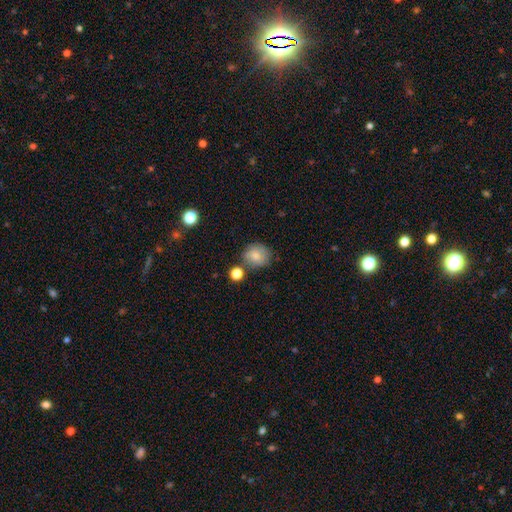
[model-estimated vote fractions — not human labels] smooth_or_featured: smooth (p=0.80) [alt: featured or disk p=0.11]
how_rounded: round (p=0.79) [alt: in between p=0.20]
merging: none (p=0.68) [alt: minor disturbance p=0.17]